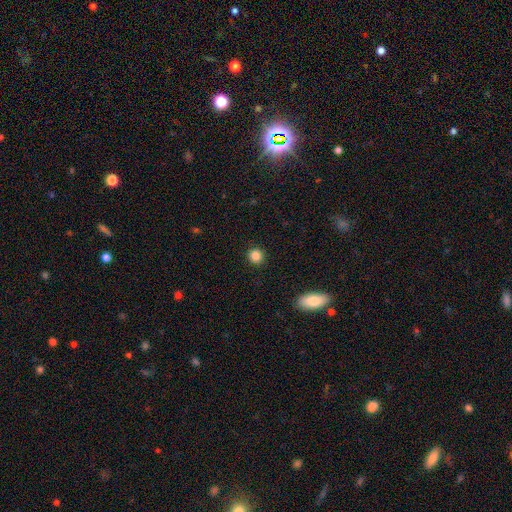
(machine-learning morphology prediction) Q: Smooth or featured?
A: smooth (85%); runner-up: star or artifact (11%)
Q: How rounded?
A: round (89%); runner-up: in between (10%)
Q: Merging?
A: none (91%); runner-up: minor disturbance (6%)